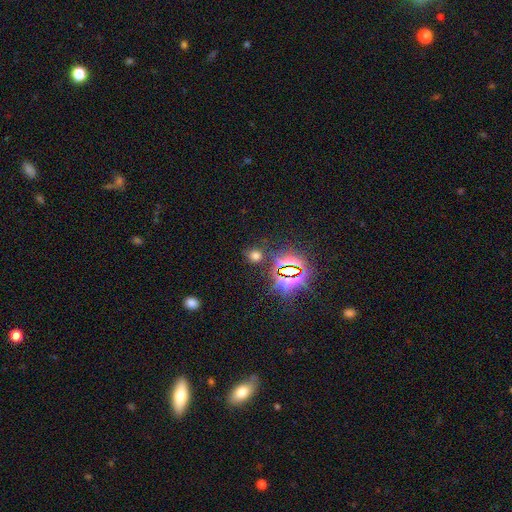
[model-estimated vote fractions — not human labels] Smooth or featured? Predicted: smooth (p=0.53). How rounded? Predicted: round (p=0.75). Merging? Predicted: none (p=0.82).